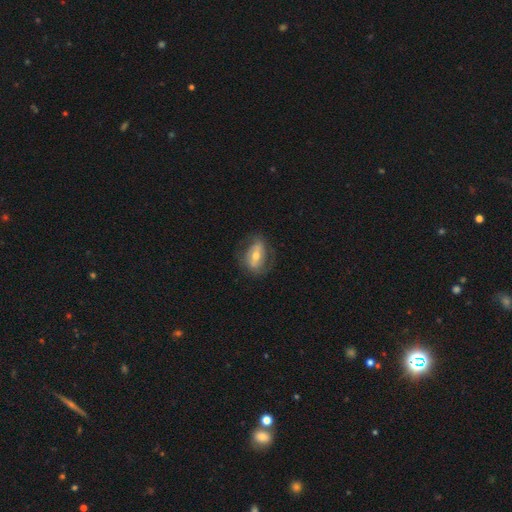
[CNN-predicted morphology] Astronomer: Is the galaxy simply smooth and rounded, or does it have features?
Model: featured or disk — 57% (runner-up: smooth, 36%).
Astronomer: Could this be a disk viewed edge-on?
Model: no — 89%.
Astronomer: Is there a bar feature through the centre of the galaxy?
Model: strong — 41% (runner-up: weak, 31%).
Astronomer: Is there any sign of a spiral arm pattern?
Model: yes — 55% (runner-up: no, 45%).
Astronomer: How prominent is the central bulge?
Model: moderate — 62%.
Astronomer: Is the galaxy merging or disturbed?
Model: none — 68%.